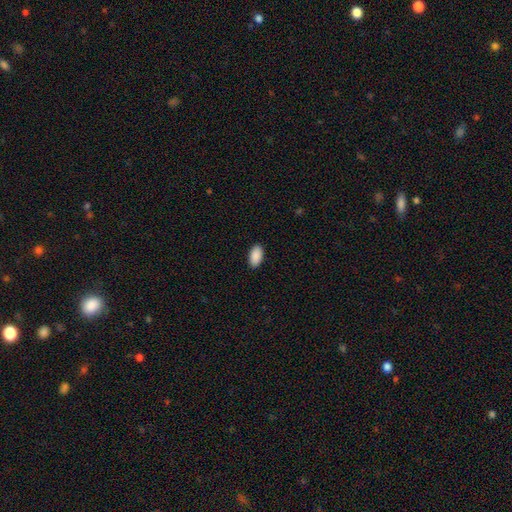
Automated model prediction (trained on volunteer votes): Smooth or featured?
  - smooth: 91% *
  - star or artifact: 6%
  - featured or disk: 3%
How rounded?
  - in between: 95% *
  - round: 2%
  - cigar-shaped: 2%
Merging?
  - none: 90% *
  - minor disturbance: 7%
  - major disturbance: 2%
  - merger: 1%